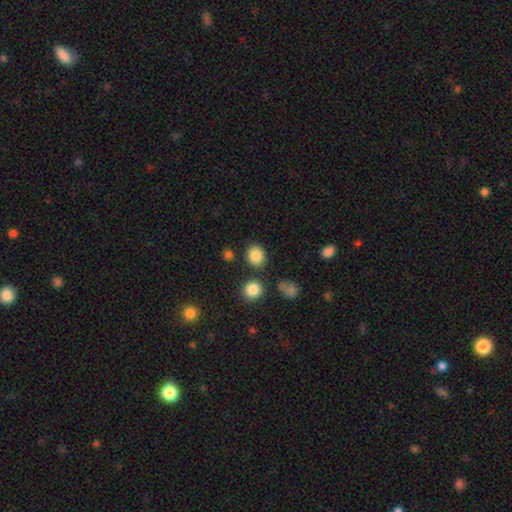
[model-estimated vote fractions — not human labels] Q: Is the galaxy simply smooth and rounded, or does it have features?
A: smooth — 85%.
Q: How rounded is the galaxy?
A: round — 76%.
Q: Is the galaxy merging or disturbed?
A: none — 82%.